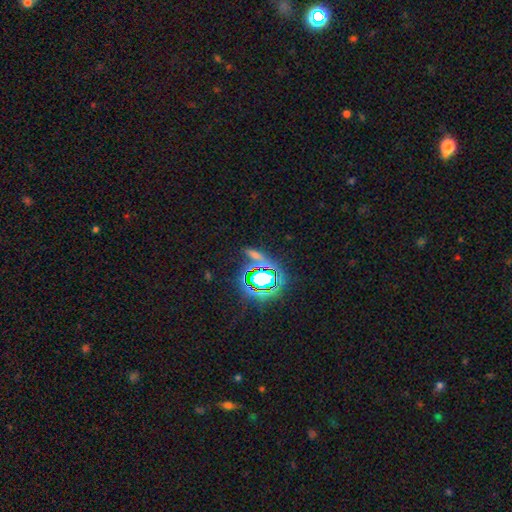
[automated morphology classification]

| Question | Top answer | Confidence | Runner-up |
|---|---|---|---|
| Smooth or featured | star or artifact | 52% | smooth (34%) |